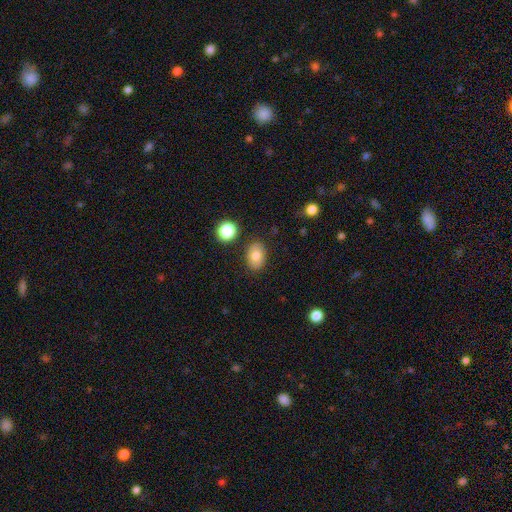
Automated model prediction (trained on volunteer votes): This appears to be a smooth galaxy with no disk features (80%) that is in between round and cigar-shaped (80%). Merging: none (85%).